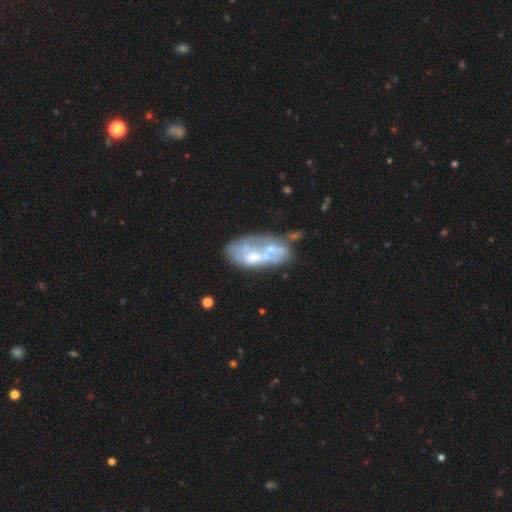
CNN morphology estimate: Smooth or featured: featured or disk — 60% (smooth — 30%)
Edge-on disk: no — 95% (yes — 5%)
Bar: no — 85% (weak — 11%)
Spiral arms: no — 89% (yes — 11%)
Bulge size: moderate — 38% (none — 31%)
Merging: merger — 35% (none — 27%)